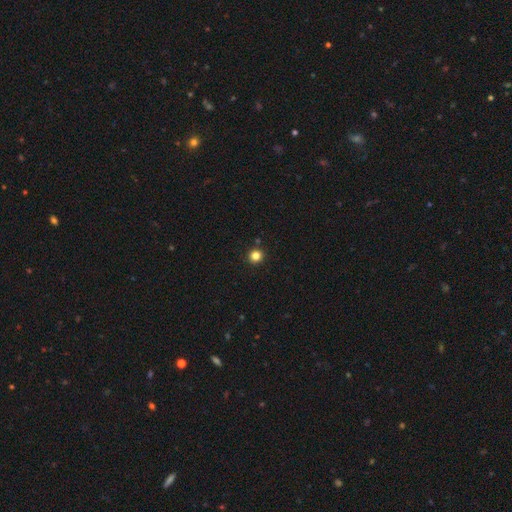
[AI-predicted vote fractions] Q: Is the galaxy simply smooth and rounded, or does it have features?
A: smooth — 82%.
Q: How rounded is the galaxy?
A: round — 95%.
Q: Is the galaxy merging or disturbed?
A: none — 92%.